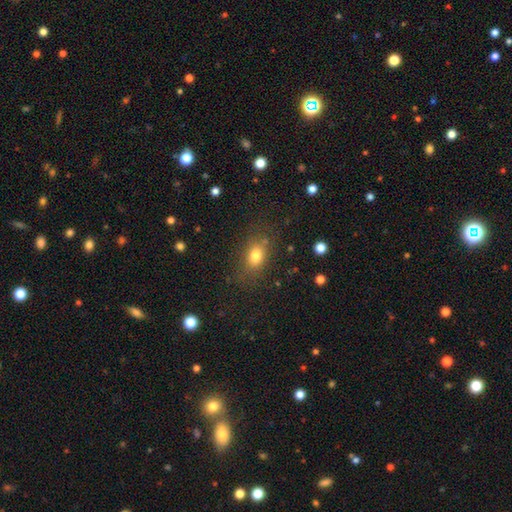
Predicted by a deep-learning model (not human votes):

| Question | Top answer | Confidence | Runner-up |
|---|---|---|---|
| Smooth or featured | smooth | 78% | star or artifact (13%) |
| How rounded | in between | 72% | round (25%) |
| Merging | none | 75% | minor disturbance (15%) |